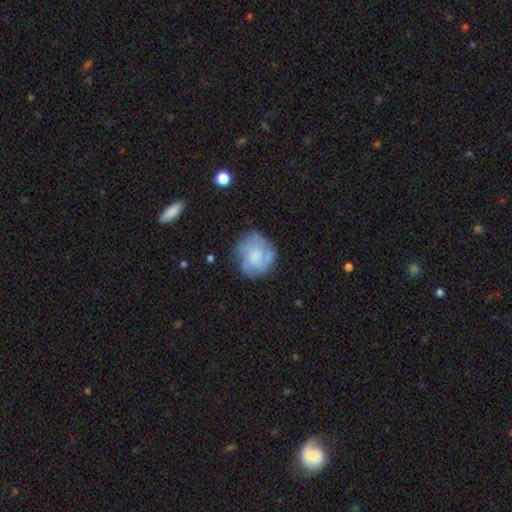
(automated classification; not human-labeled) Smooth or featured? Predicted: featured or disk (p=0.47). Merging? Predicted: none (p=0.66).